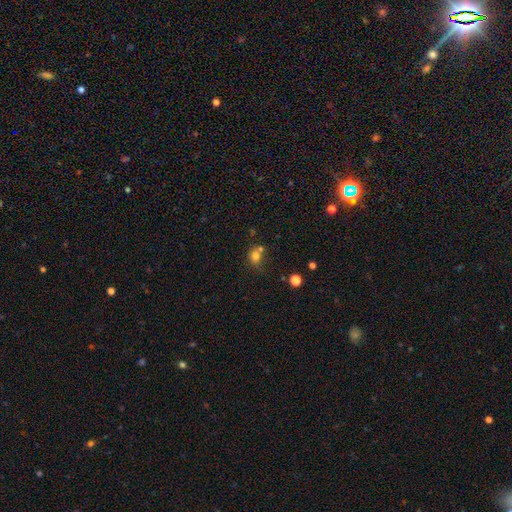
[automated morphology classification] Smooth or featured?
  - smooth: 76% *
  - star or artifact: 15%
  - featured or disk: 9%
How rounded?
  - round: 70% *
  - in between: 29%
  - cigar-shaped: 1%
Merging?
  - none: 50% *
  - merger: 30%
  - minor disturbance: 14%
  - major disturbance: 6%